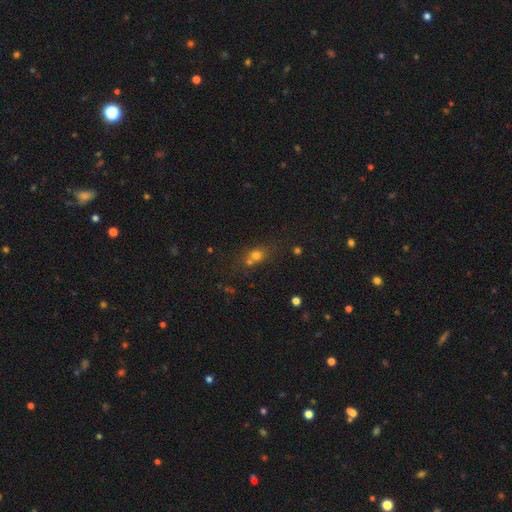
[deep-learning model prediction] Smooth or featured: smooth — 65% (star or artifact — 22%)
How rounded: round — 65% (in between — 32%)
Merging: none — 50% (merger — 32%)